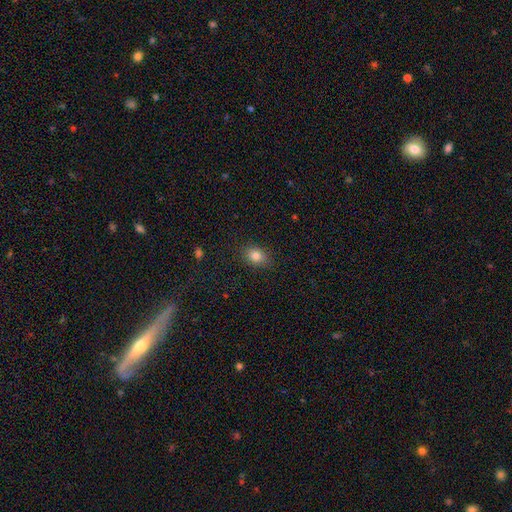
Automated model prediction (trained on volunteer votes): This appears to be a smooth galaxy with no disk features (83%) that is in between round and cigar-shaped (59%). Merging: none (86%).